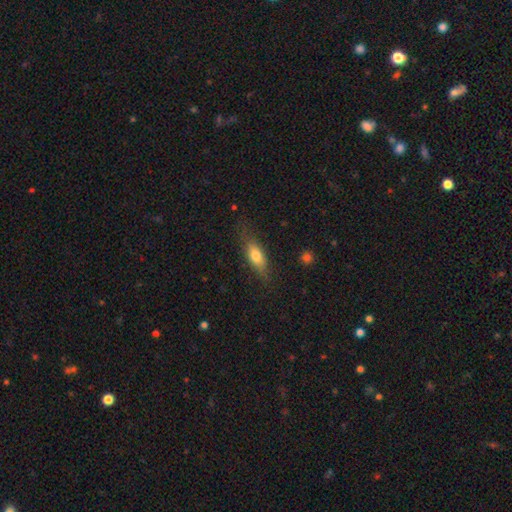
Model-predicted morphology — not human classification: Overall: smooth (71%). How rounded: in between (68%; cigar-shaped 29%). Merging: none (72%).